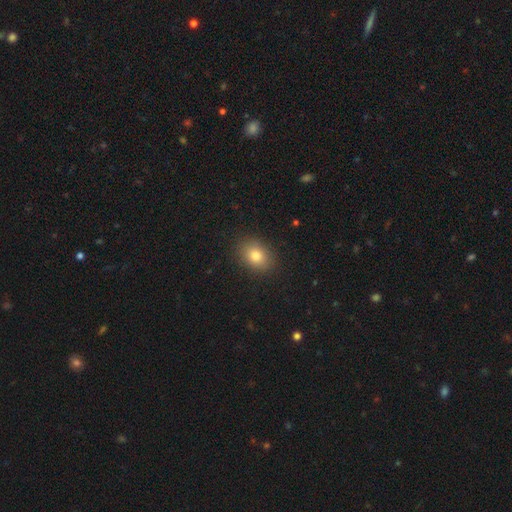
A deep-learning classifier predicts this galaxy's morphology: smooth_or_featured: smooth (p=0.80) [alt: star or artifact p=0.11]
how_rounded: in between (p=0.67) [alt: round p=0.32]
merging: none (p=0.88) [alt: minor disturbance p=0.08]